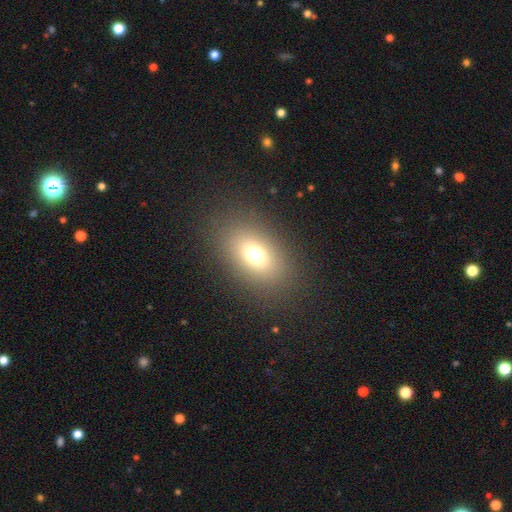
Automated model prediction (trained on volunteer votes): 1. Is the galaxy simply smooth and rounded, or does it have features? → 70% smooth, 15% star or artifact, 15% featured or disk.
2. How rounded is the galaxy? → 77% in between, 21% round, 2% cigar-shaped.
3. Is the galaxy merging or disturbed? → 85% none, 9% minor disturbance, 5% major disturbance, 1% merger.